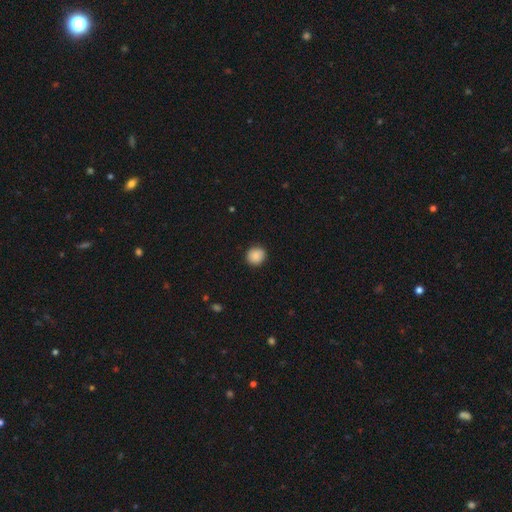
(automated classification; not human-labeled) A smooth galaxy with no disk features (88%) that is round (88%). Merging: none (90%).